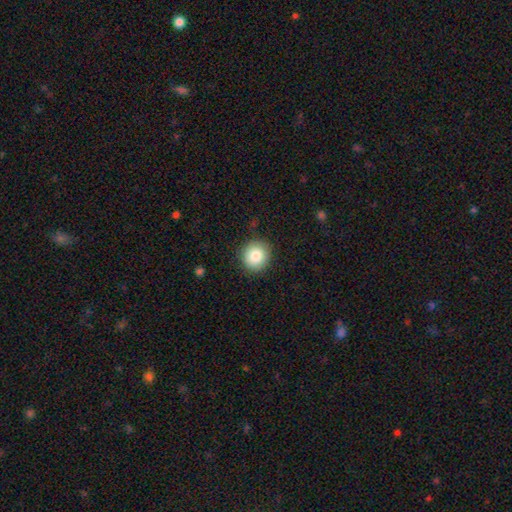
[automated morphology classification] This appears to be a smooth galaxy with no disk features (84%) that is round (89%). Merging: none (88%).